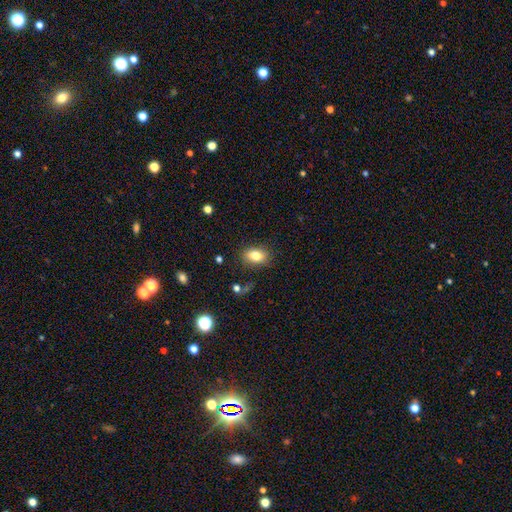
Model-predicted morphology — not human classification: The model was most divided on "how rounded": in between: 80%, round: 18%, cigar-shaped: 2%. More confident: merging — none (83%); smooth or featured — smooth (81%).